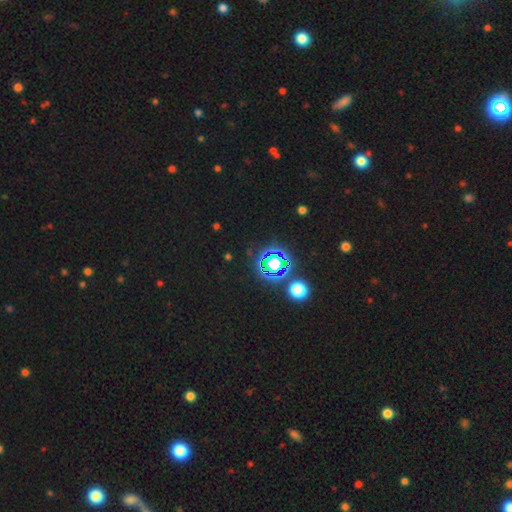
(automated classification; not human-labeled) Q: Smooth or featured?
A: star or artifact (72%); runner-up: smooth (21%)